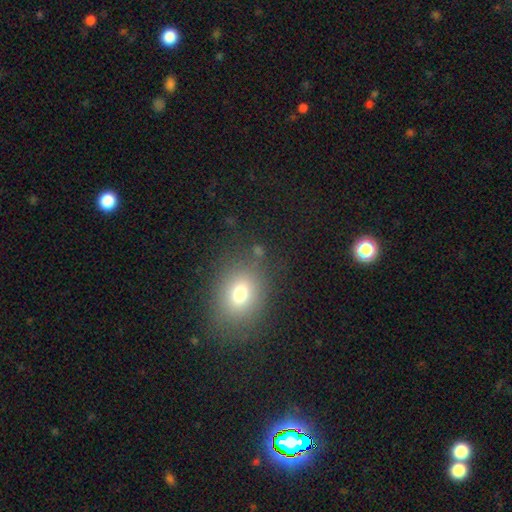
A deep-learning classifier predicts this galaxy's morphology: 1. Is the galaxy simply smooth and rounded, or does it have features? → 72% smooth, 16% star or artifact, 11% featured or disk.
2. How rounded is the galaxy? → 58% in between, 41% round, 1% cigar-shaped.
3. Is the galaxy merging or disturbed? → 79% none, 13% minor disturbance, 5% major disturbance, 4% merger.